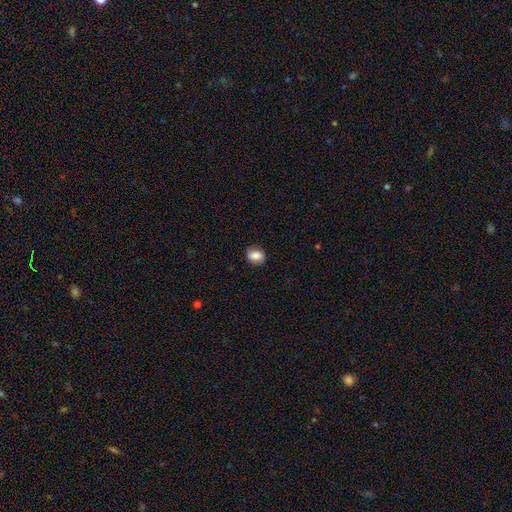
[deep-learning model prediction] Smooth or featured? Predicted: smooth (p=0.84). How rounded? Predicted: round (p=0.54). Merging? Predicted: none (p=0.86).